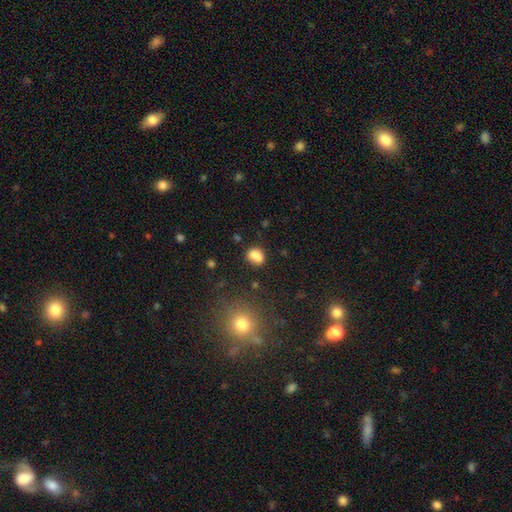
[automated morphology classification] Overall: smooth (79%). How rounded: round (52%; in between 46%). Merging: none (55%; merger 22%).